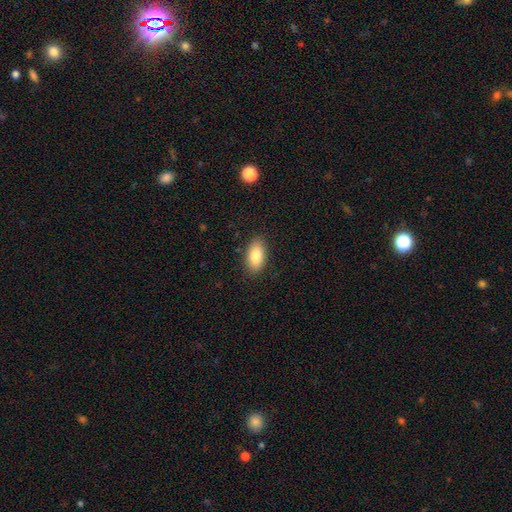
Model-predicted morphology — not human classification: Smooth or featured? Predicted: smooth (p=0.83). How rounded? Predicted: in between (p=0.92). Merging? Predicted: none (p=0.87).